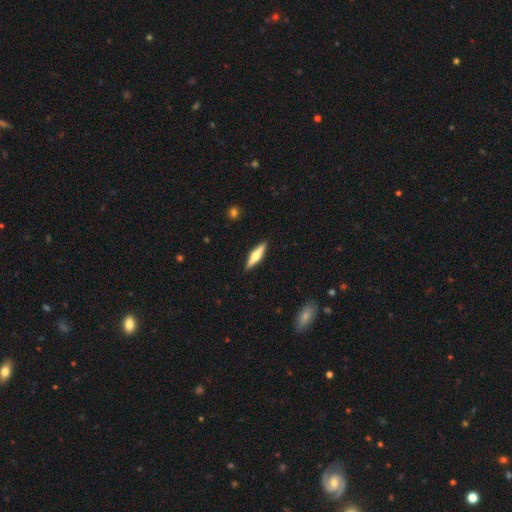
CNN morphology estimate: A featured or disk galaxy (57%) viewed edge-on (95%) with a rounded central bulge (93%). Merging: none (90%).